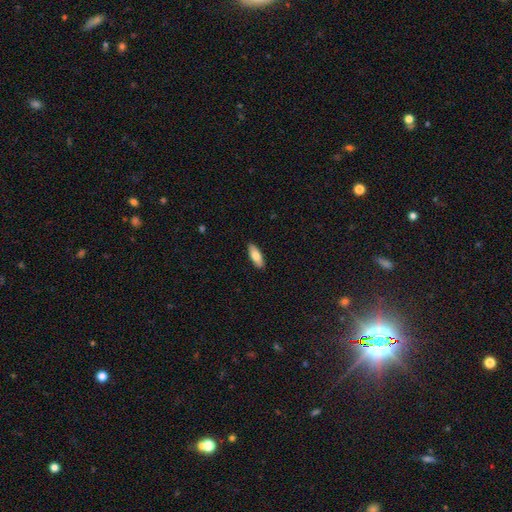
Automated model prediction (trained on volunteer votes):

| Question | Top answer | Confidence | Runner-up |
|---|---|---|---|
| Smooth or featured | smooth | 77% | featured or disk (17%) |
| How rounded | in between | 71% | cigar-shaped (27%) |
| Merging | none | 89% | minor disturbance (8%) |